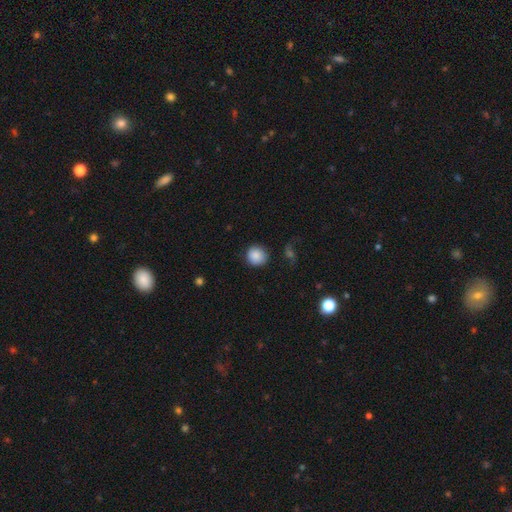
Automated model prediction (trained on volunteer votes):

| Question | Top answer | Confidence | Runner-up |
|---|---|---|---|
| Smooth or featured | smooth | 87% | star or artifact (9%) |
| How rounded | round | 91% | in between (8%) |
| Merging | none | 85% | minor disturbance (10%) |